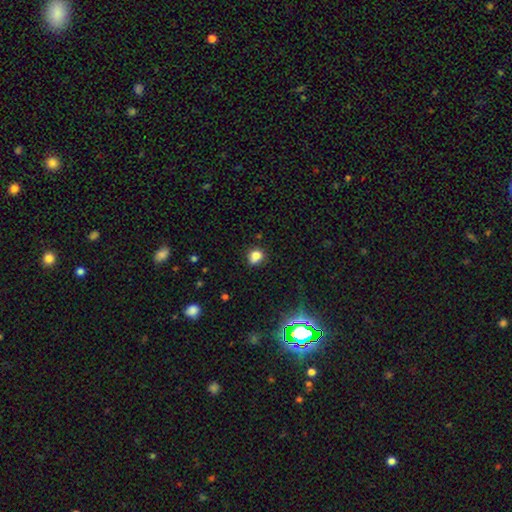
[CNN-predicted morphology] Smooth or featured: smooth — 81% (star or artifact — 13%)
How rounded: round — 67% (in between — 32%)
Merging: none — 71% (minor disturbance — 20%)